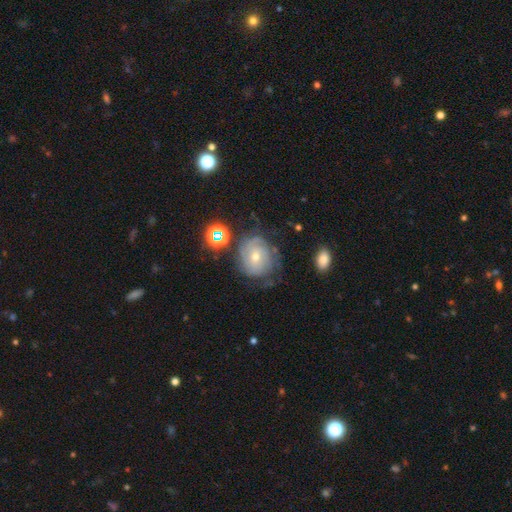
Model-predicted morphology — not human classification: This appears to be a featured or disk galaxy (71%) with no bar (70%), tight (70%) spiral arms (90%) and a small central bulge (54%). Merging: none (64%).